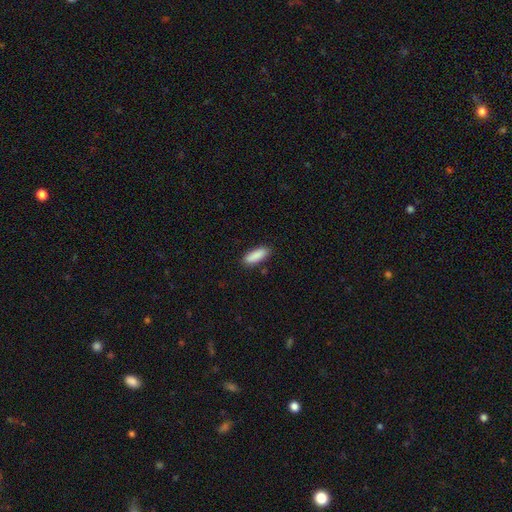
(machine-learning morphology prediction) Smooth or featured? smooth (89%)
How rounded? in between (63%)
Merging? none (86%)